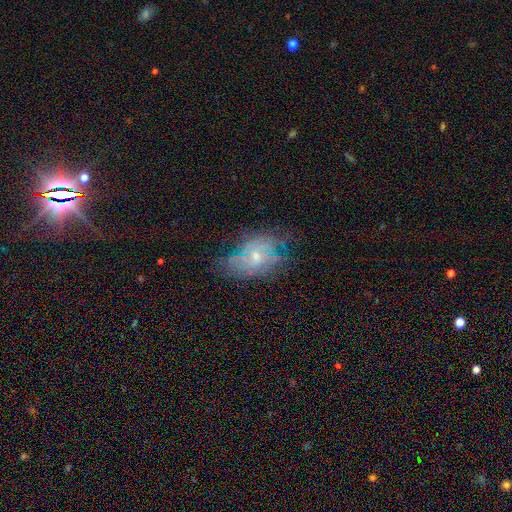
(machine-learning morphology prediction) The model was most divided on "bulge size": small: 49%, moderate: 44%, none: 3%, large: 3%, dominant: 1%. More confident: edge-on disk — no (95%); bar — no (74%); smooth or featured — featured or disk (60%); spiral arms — yes (59%); merging — none (52%).